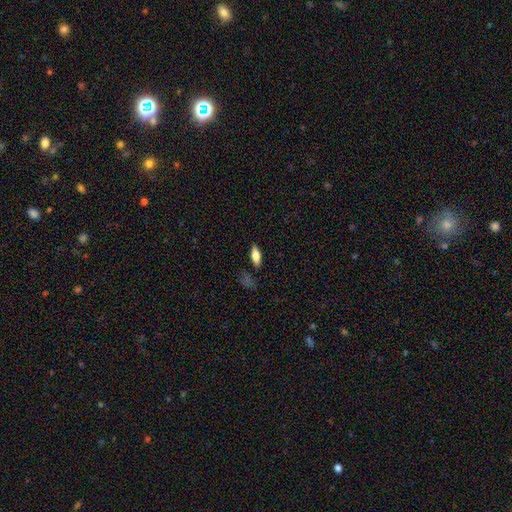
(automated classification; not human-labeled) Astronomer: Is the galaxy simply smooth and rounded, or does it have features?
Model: smooth — 71%.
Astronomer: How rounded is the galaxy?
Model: in between — 71%.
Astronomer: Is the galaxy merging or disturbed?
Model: none — 82%.